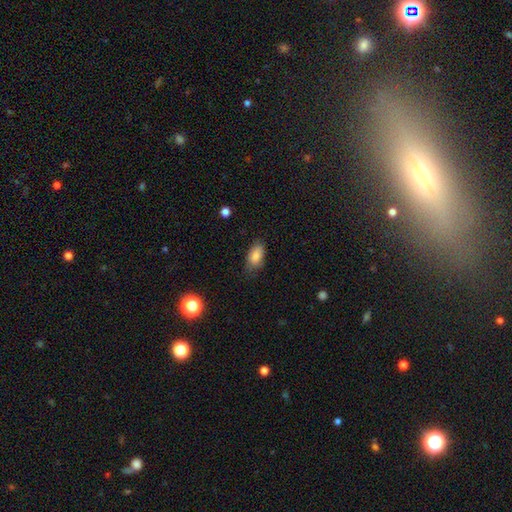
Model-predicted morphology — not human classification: Overall: smooth (84%). How rounded: in between (91%). Merging: none (72%).